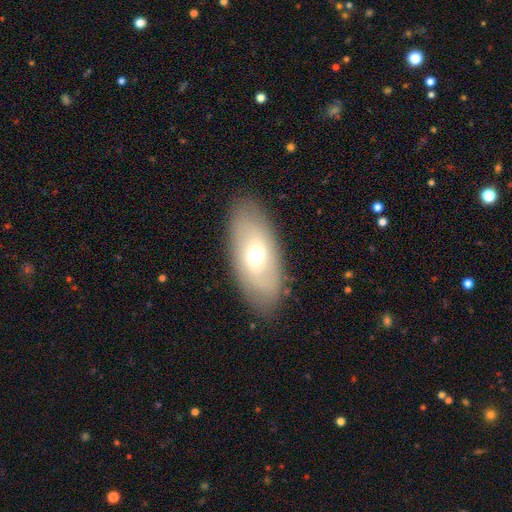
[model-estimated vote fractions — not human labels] Q: Smooth or featured?
A: featured or disk (47%); runner-up: smooth (45%)
Q: Merging?
A: none (85%); runner-up: minor disturbance (11%)